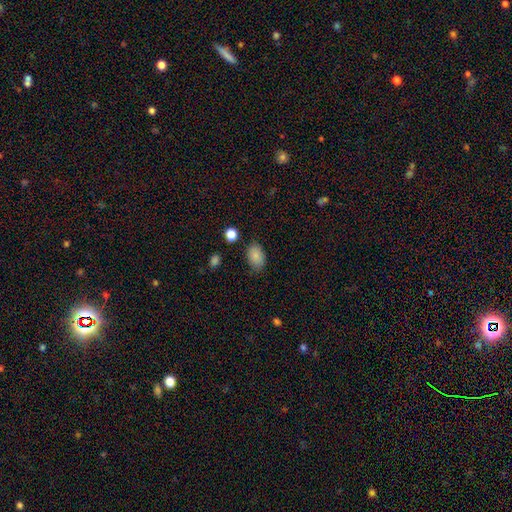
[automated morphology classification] A smooth galaxy with no disk features (86%) that is in between round and cigar-shaped (86%). Merging: none (77%).